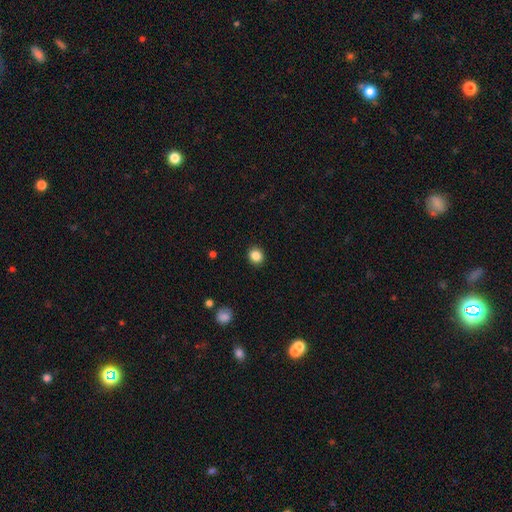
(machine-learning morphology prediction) A smooth galaxy with no disk features (85%) that is round (80%).

Vote fractions:
- Smooth or featured? smooth: 85% / star or artifact: 11% / featured or disk: 4%
- How rounded? round: 80% / in between: 19% / cigar-shaped: 1%
- Merging? none: 91% / minor disturbance: 6% / major disturbance: 2% / merger: 1%